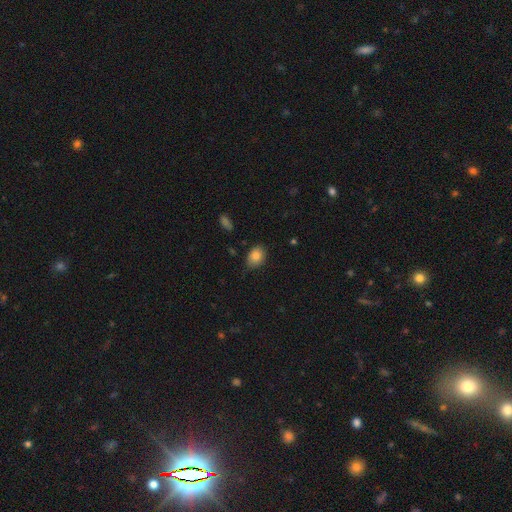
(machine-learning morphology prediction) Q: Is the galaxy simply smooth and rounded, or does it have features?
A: smooth — 84%.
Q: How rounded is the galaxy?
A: in between — 71%.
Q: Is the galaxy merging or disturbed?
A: none — 76%.